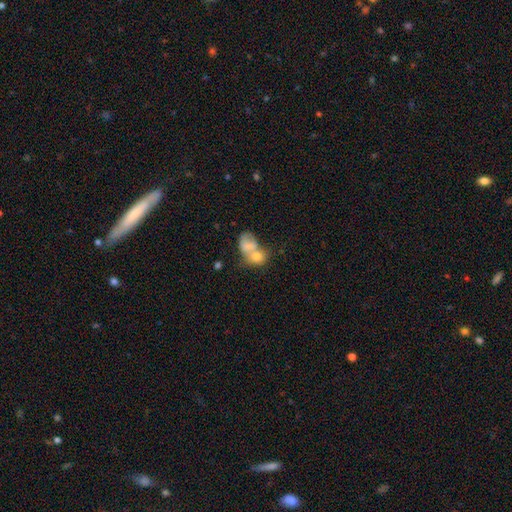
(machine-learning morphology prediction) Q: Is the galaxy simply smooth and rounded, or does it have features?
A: smooth — 49%.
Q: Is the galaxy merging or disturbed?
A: merger — 46%.